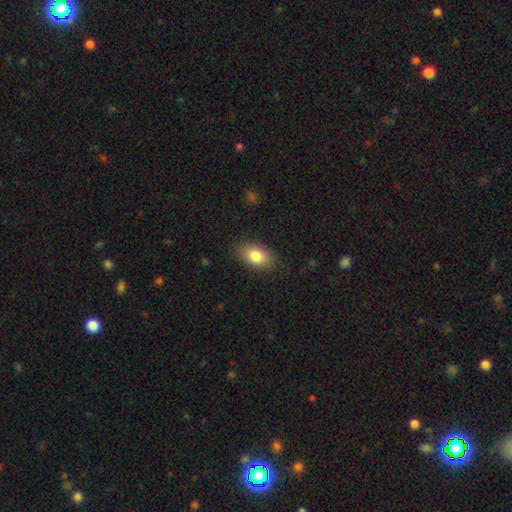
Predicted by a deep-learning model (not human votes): smooth_or_featured: smooth (p=0.82) [alt: featured or disk p=0.10]
how_rounded: in between (p=0.86) [alt: round p=0.12]
merging: none (p=0.86) [alt: minor disturbance p=0.11]